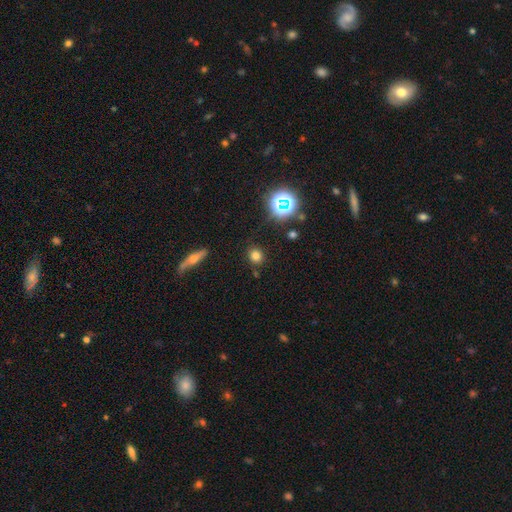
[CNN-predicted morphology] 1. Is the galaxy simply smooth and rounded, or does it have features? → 74% smooth, 19% star or artifact, 7% featured or disk.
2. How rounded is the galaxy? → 81% round, 17% in between, 2% cigar-shaped.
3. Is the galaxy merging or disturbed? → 86% none, 9% minor disturbance, 3% major disturbance, 3% merger.